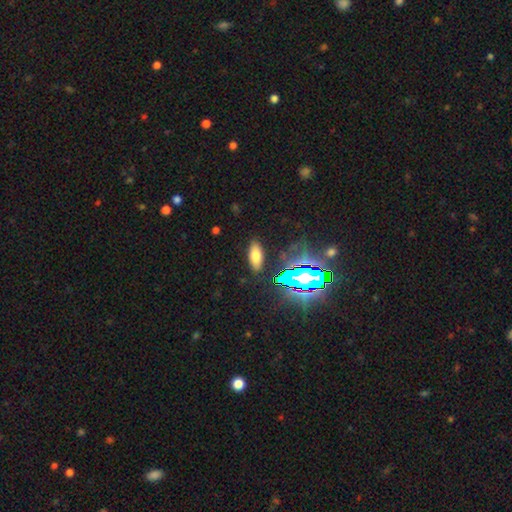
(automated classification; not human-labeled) This appears to be a smooth galaxy with no disk features (67%) that is in between round and cigar-shaped (81%). Merging: none (86%).